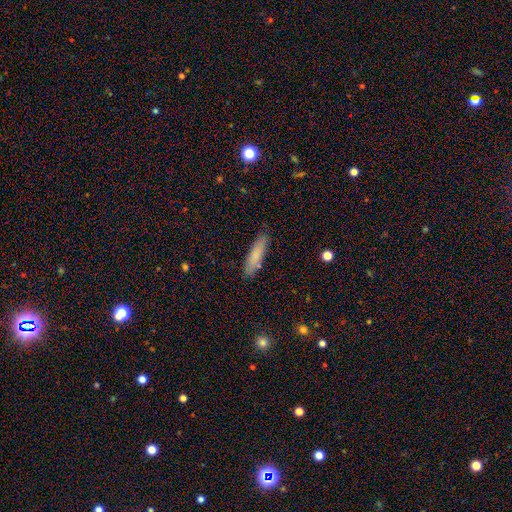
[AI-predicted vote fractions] Overall: smooth (80%). How rounded: cigar-shaped (78%). Merging: none (85%).